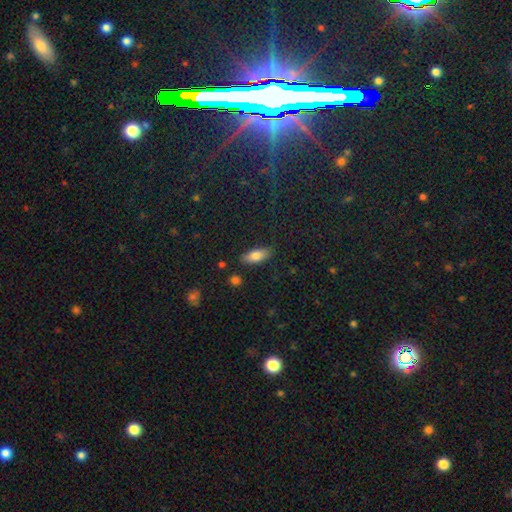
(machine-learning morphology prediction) Q: Smooth or featured?
A: smooth (79%); runner-up: featured or disk (14%)
Q: How rounded?
A: in between (79%); runner-up: cigar-shaped (18%)
Q: Merging?
A: none (84%); runner-up: minor disturbance (12%)